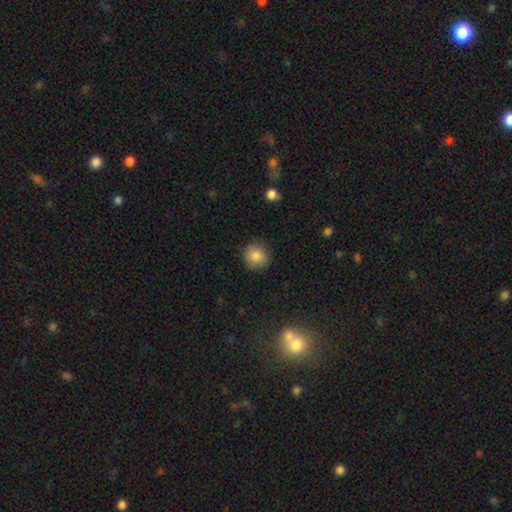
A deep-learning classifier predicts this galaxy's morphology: This appears to be a smooth galaxy with no disk features (85%) that is round (89%). Merging: none (86%).